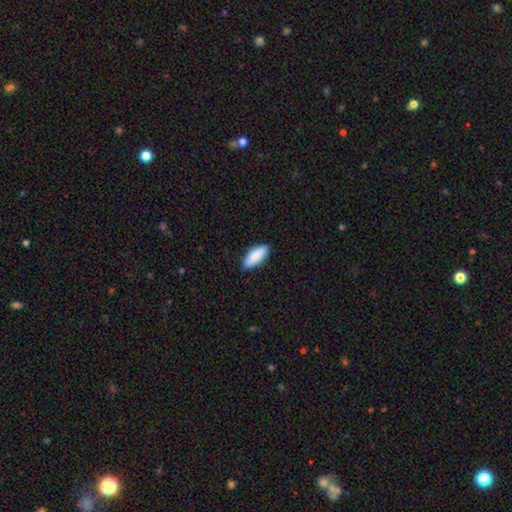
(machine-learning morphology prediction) Smooth or featured? Predicted: smooth (p=0.88). How rounded? Predicted: in between (p=0.74). Merging? Predicted: none (p=0.85).